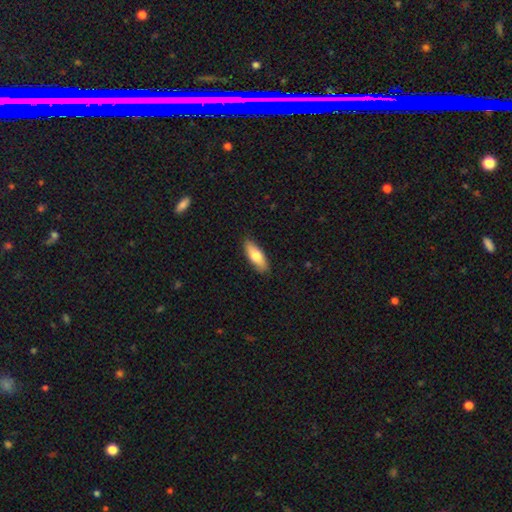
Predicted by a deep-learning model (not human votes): A smooth galaxy with no disk features (75%) that is in between round and cigar-shaped (72%). Merging: none (87%).